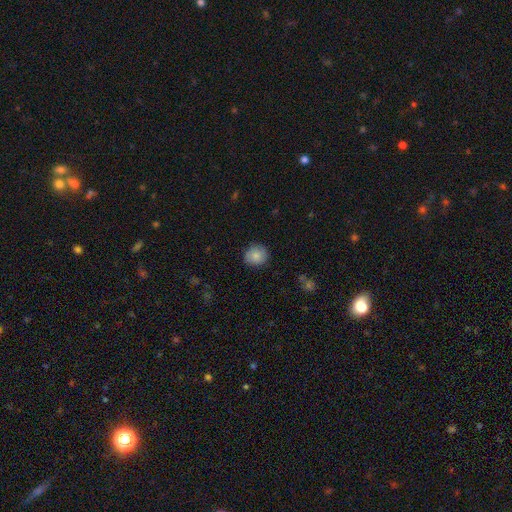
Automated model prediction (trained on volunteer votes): Smooth or featured?
  - smooth: 84% *
  - featured or disk: 8%
  - star or artifact: 8%
How rounded?
  - round: 86% *
  - in between: 13%
  - cigar-shaped: 1%
Merging?
  - none: 86% *
  - minor disturbance: 11%
  - major disturbance: 2%
  - merger: 1%